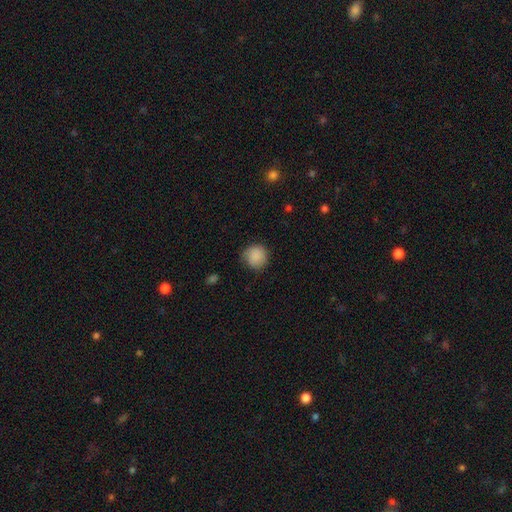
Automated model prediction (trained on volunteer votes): smooth_or_featured: smooth (p=0.88) [alt: star or artifact p=0.08]
how_rounded: round (p=0.90) [alt: in between p=0.09]
merging: none (p=0.78) [alt: minor disturbance p=0.17]